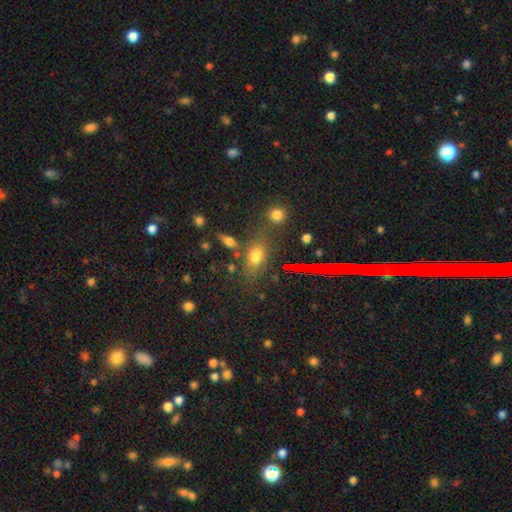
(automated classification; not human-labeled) Smooth or featured? smooth (68%)
How rounded? in between (76%)
Merging? none (68%)